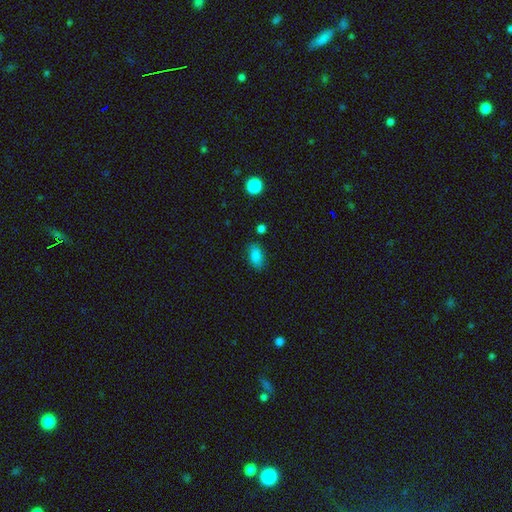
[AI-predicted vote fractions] This appears to be a smooth galaxy with no disk features (82%) that is in between round and cigar-shaped (89%). Merging: none (81%).